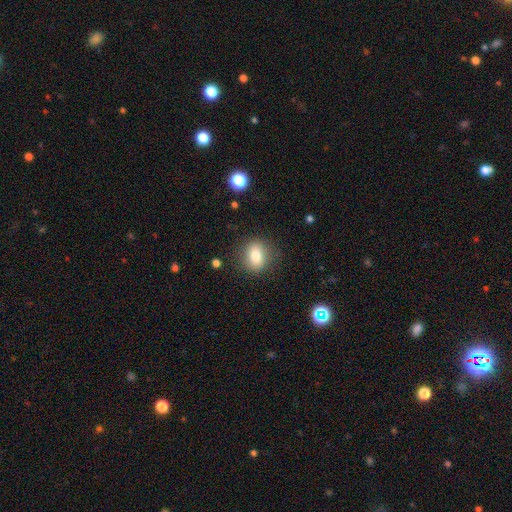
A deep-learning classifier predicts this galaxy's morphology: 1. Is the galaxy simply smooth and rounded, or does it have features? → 80% smooth, 10% featured or disk, 10% star or artifact.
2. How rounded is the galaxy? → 54% round, 45% in between, 2% cigar-shaped.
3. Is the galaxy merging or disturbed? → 84% none, 11% minor disturbance, 4% major disturbance, 1% merger.